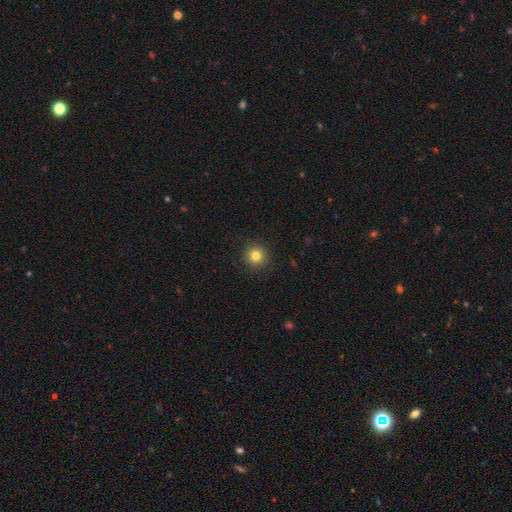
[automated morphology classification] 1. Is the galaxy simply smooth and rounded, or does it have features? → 81% smooth, 12% star or artifact, 6% featured or disk.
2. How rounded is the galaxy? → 95% round, 4% in between, 1% cigar-shaped.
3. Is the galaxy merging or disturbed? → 92% none, 5% minor disturbance, 2% major disturbance, 1% merger.